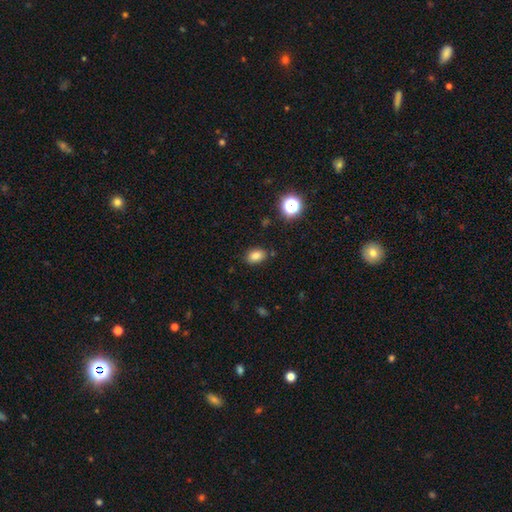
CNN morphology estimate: This appears to be a smooth galaxy with no disk features (82%) that is in between round and cigar-shaped (83%). Merging: none (84%).